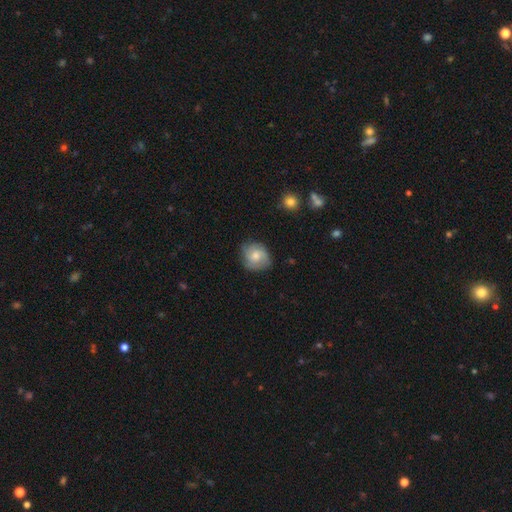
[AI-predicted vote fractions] smooth_or_featured: smooth (p=0.51) [alt: featured or disk p=0.42]
how_rounded: round (p=0.71) [alt: in between p=0.28]
merging: none (p=0.72) [alt: minor disturbance p=0.21]